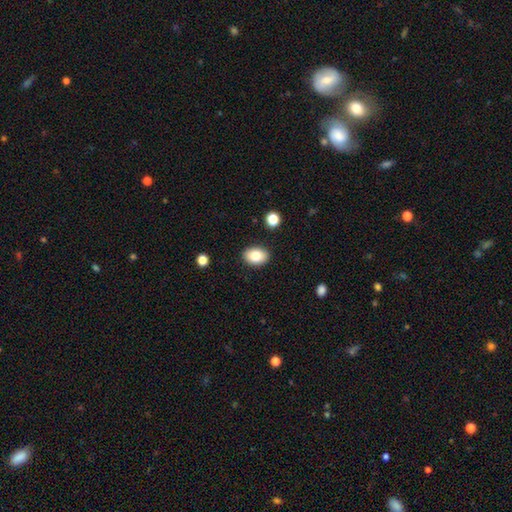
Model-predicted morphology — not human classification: smooth_or_featured: smooth (p=0.84) [alt: star or artifact p=0.08]
how_rounded: in between (p=0.80) [alt: round p=0.19]
merging: none (p=0.88) [alt: minor disturbance p=0.08]